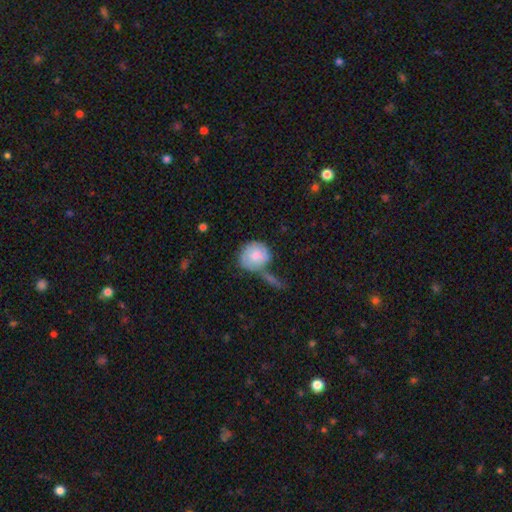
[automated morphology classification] The model was most divided on "merging": none: 40%, merger: 28%, minor disturbance: 20%, major disturbance: 12%. More confident: how rounded — round (79%); smooth or featured — smooth (70%).